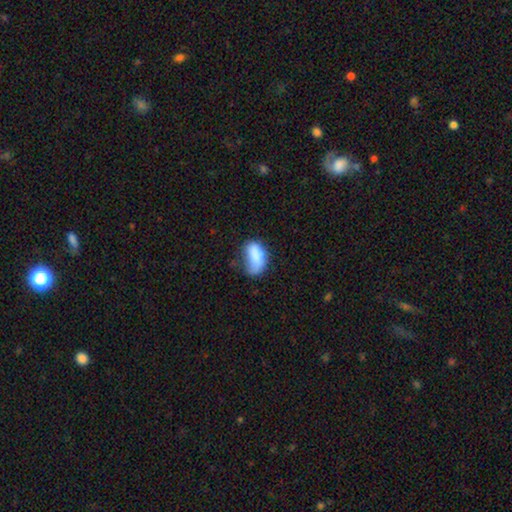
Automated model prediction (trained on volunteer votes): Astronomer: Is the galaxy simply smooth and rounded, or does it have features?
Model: smooth — 78%.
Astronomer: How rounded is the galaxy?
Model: in between — 91%.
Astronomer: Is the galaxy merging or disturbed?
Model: minor disturbance — 36% (runner-up: none, 35%).